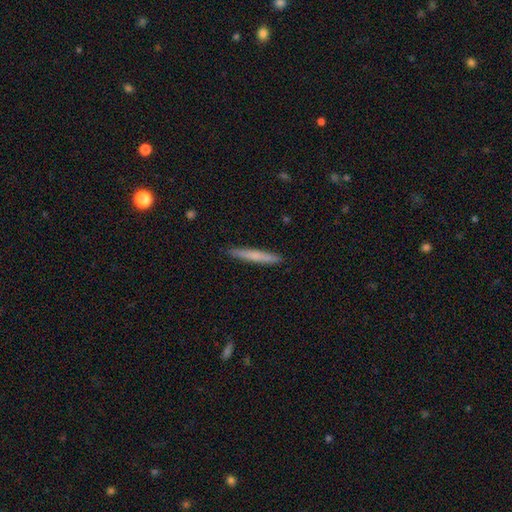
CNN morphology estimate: Smooth or featured? smooth (66%)
How rounded? cigar-shaped (96%)
Merging? none (90%)